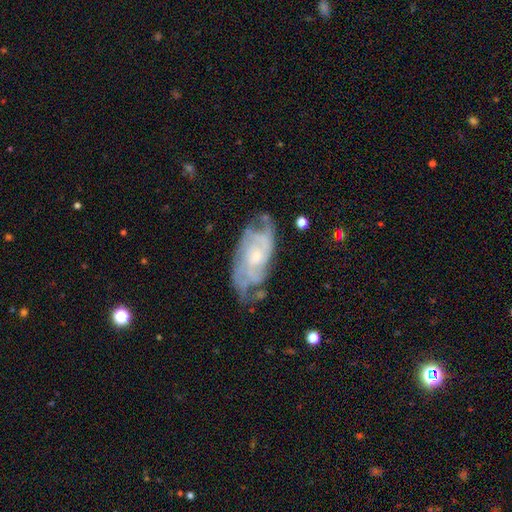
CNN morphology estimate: smooth-or-featured: featured or disk: 80% | smooth: 13% | star or artifact: 6%
  disk-edge-on: no: 94% | yes: 6%
    bar: no: 72% | weak: 24% | strong: 4%
    has-spiral-arms: yes: 90% | no: 10%
      spiral-winding: tight: 58% | medium: 33% | loose: 9%
      spiral-arm-count: can't tell: 43% | 2: 24% | 3: 15% | 4: 10% | more than 4: 4% | 1: 4%
    bulge-size: small: 61% | moderate: 33% | none: 4% | large: 2% | dominant: 1%
  merging: none: 61% | minor disturbance: 26% | major disturbance: 11% | merger: 2%